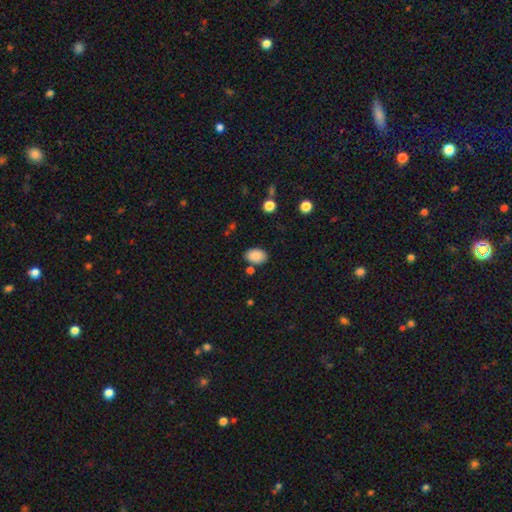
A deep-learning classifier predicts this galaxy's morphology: Smooth or featured: smooth — 88% (star or artifact — 8%)
How rounded: in between — 87% (round — 12%)
Merging: none — 79% (minor disturbance — 12%)